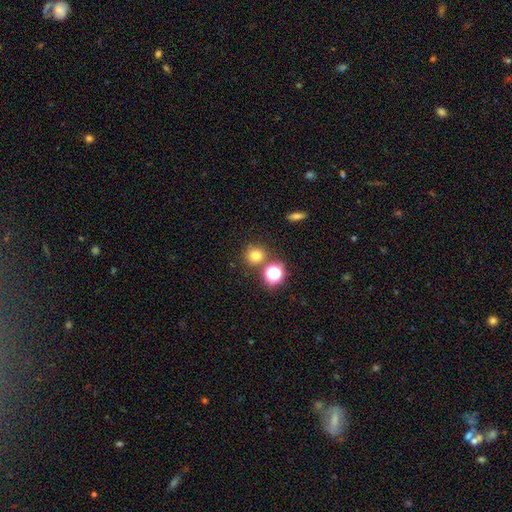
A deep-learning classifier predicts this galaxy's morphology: smooth-or-featured: smooth: 74% | star or artifact: 19% | featured or disk: 7%
  how-rounded: round: 91% | in between: 8% | cigar-shaped: 1%
  merging: none: 78% | merger: 12% | minor disturbance: 8% | major disturbance: 3%